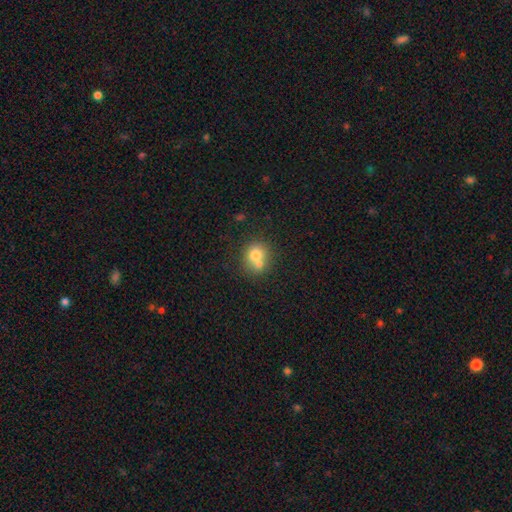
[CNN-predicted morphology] The model was most divided on "merging": merger: 49%, none: 39%, minor disturbance: 8%, major disturbance: 3%. More confident: how rounded — round (78%); smooth or featured — smooth (73%).